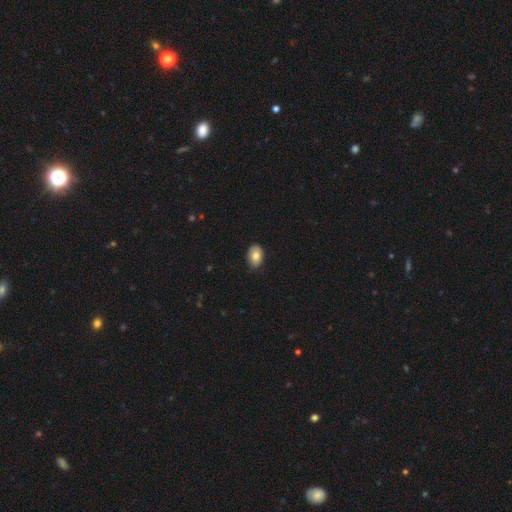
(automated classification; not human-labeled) A smooth galaxy with no disk features (79%) that is in between round and cigar-shaped (83%). Merging: none (81%).